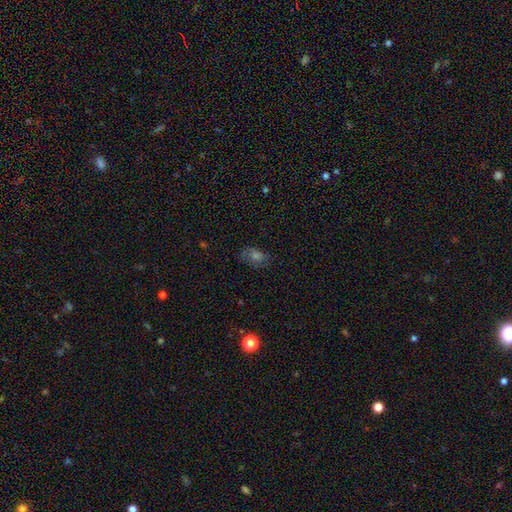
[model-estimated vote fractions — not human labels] This appears to be a smooth galaxy with no disk features (44%). Merging: none (76%).